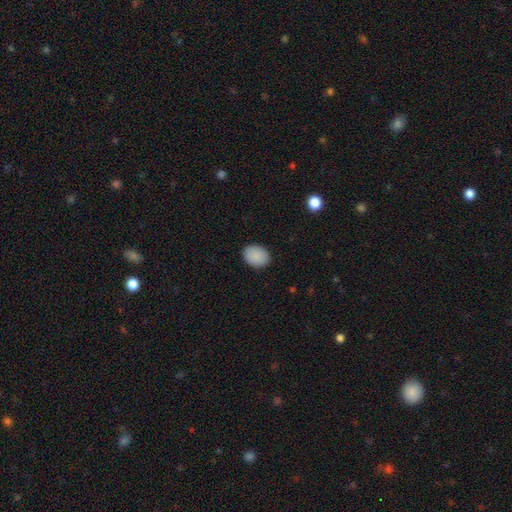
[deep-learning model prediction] smooth 89%, star or artifact 8%, featured or disk 3%. Down the decision tree: how rounded — in between (58%); merging — none (89%).